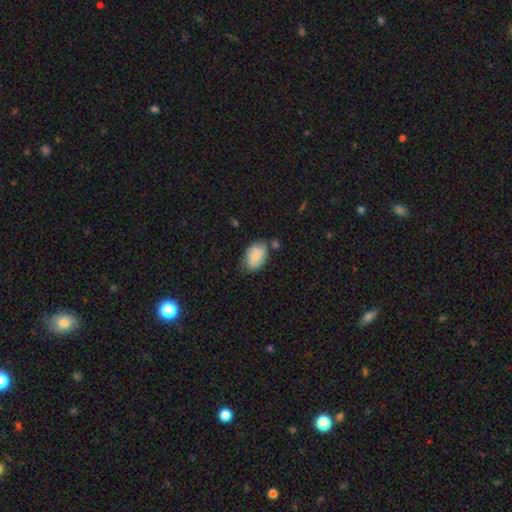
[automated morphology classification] smooth-or-featured: smooth: 74% | featured or disk: 18% | star or artifact: 7%
  how-rounded: in between: 86% | round: 13% | cigar-shaped: 1%
  merging: none: 59% | minor disturbance: 26% | merger: 9% | major disturbance: 6%